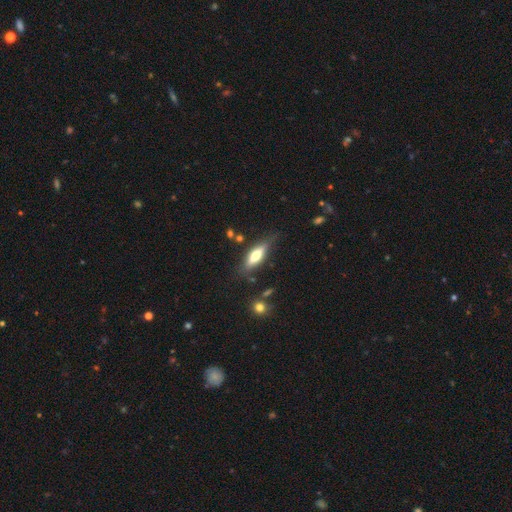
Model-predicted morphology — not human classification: Overall: smooth (50%; featured or disk 43%). How rounded: cigar-shaped (50%; in between 48%). Merging: none (73%).